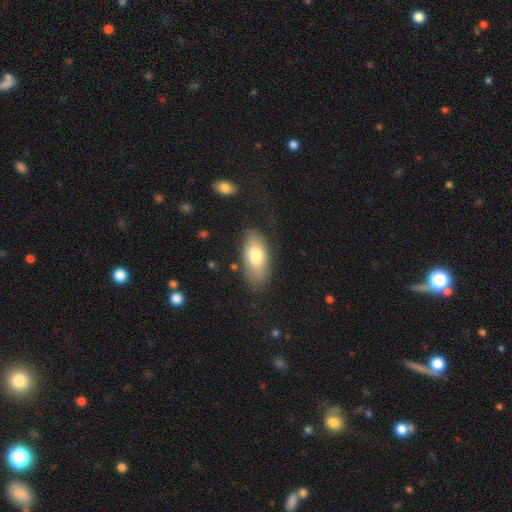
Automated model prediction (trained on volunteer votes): smooth-or-featured: smooth: 74% | featured or disk: 20% | star or artifact: 7%
  how-rounded: in between: 90% | cigar-shaped: 7% | round: 3%
  merging: none: 79% | minor disturbance: 15% | major disturbance: 5% | merger: 2%